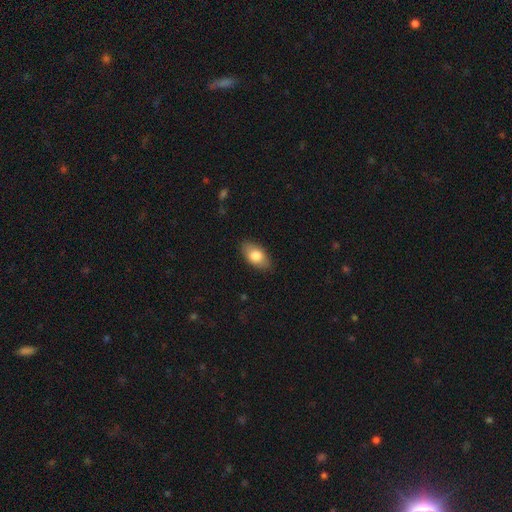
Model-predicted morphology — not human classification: Smooth or featured? Predicted: smooth (p=0.80). How rounded? Predicted: in between (p=0.92). Merging? Predicted: none (p=0.86).